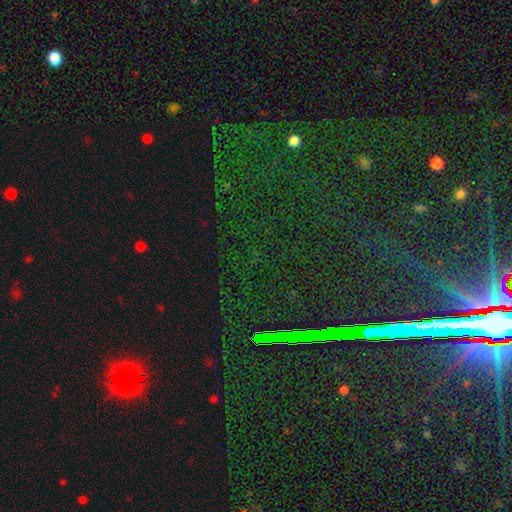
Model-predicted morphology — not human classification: type=star or artifact (81%).